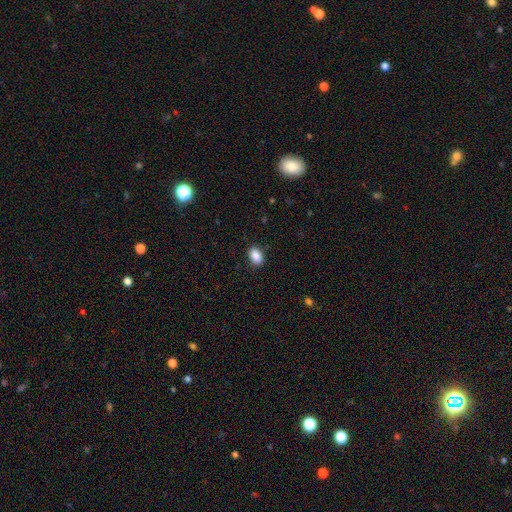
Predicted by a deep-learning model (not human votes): A smooth galaxy with no disk features (88%) that is in between round and cigar-shaped (83%).

Vote fractions:
- Smooth or featured? smooth: 88% / star or artifact: 8% / featured or disk: 3%
- How rounded? in between: 83% / round: 15% / cigar-shaped: 2%
- Merging? none: 87% / minor disturbance: 9% / major disturbance: 2% / merger: 1%